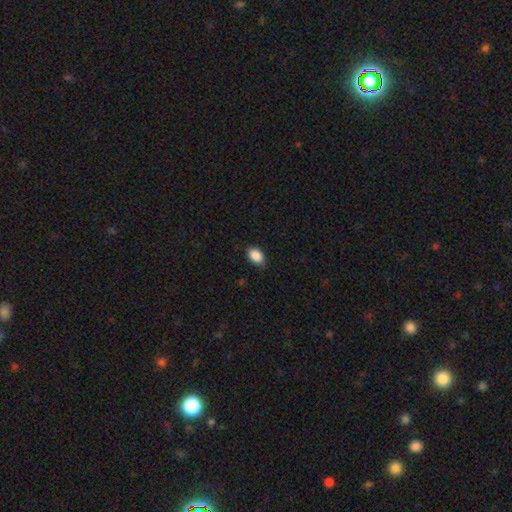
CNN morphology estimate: Smooth or featured?
  - smooth: 89% *
  - star or artifact: 8%
  - featured or disk: 4%
How rounded?
  - in between: 86% *
  - round: 12%
  - cigar-shaped: 1%
Merging?
  - none: 81% *
  - minor disturbance: 15%
  - major disturbance: 2%
  - merger: 1%